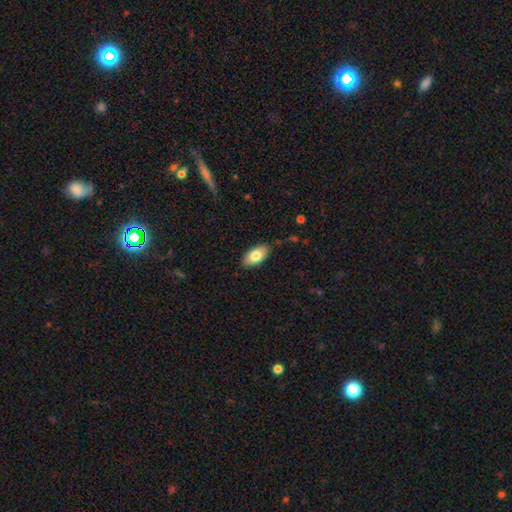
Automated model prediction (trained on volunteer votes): Overall: smooth (79%). How rounded: in between (93%). Merging: none (83%).